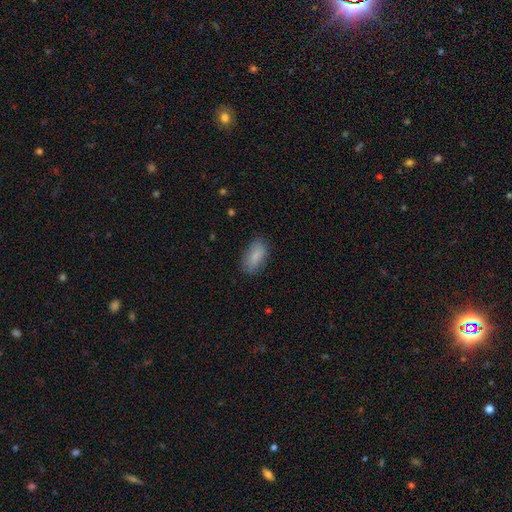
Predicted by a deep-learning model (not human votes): Morphology: type=smooth (85%); roundness=in between (88%); merging=none (81%).